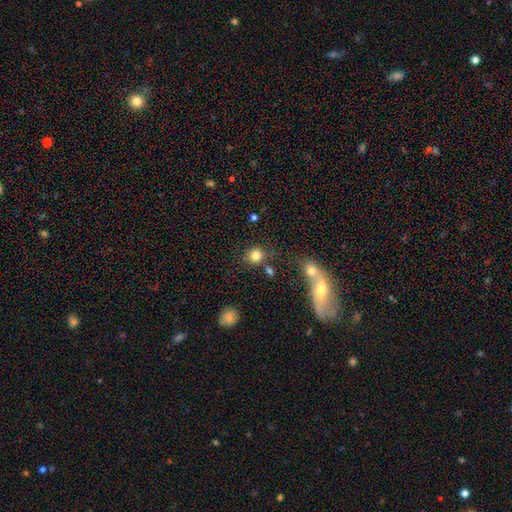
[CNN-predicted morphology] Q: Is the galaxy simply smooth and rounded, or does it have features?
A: smooth — 82%.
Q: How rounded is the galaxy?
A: round — 87%.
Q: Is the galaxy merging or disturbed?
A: none — 74%.